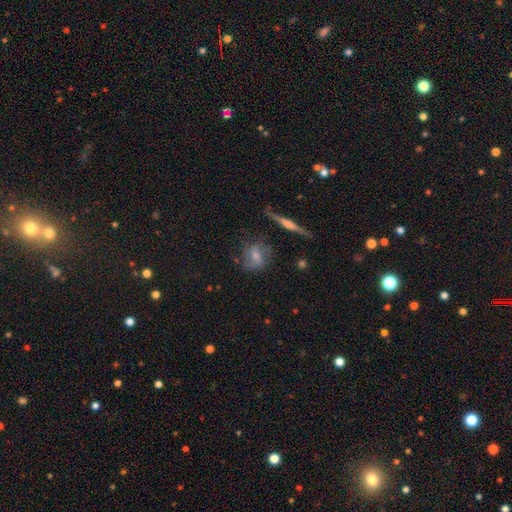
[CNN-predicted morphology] A smooth galaxy with no disk features (51%) that is round (49%). Merging: none (62%).